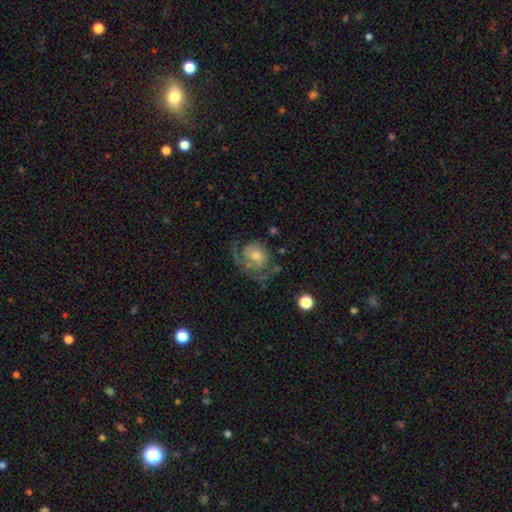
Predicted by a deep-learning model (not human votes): Smooth or featured?
  - featured or disk: 72% *
  - smooth: 20%
  - star or artifact: 8%
Edge-on disk?
  - no: 97% *
  - yes: 3%
Bar?
  - no: 73% *
  - weak: 23%
  - strong: 4%
Spiral arms?
  - yes: 85% *
  - no: 15%
Spiral winding?
  - tight: 42% *
  - medium: 39%
  - loose: 20%
Spiral arm count?
  - 2: 41% *
  - 1: 26%
  - can't tell: 21%
  - 3: 7%
  - 4: 3%
  - more than 4: 2%
Bulge size?
  - moderate: 44% *
  - small: 42%
  - large: 7%
  - none: 5%
  - dominant: 2%
Merging?
  - none: 52% *
  - major disturbance: 26%
  - minor disturbance: 19%
  - merger: 3%